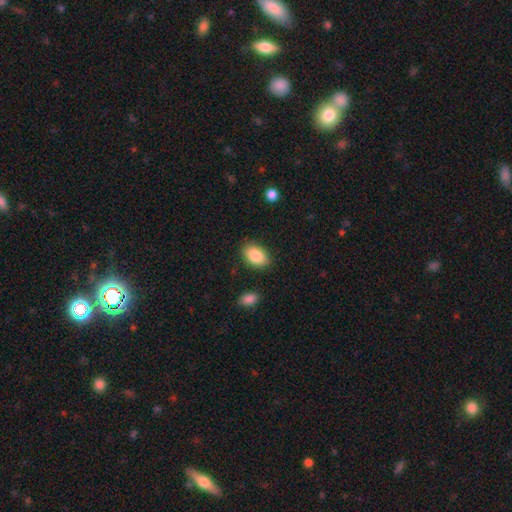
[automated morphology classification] A smooth galaxy with no disk features (87%) that is in between round and cigar-shaped (91%).

Vote fractions:
- Smooth or featured? smooth: 87% / star or artifact: 7% / featured or disk: 6%
- How rounded? in between: 91% / round: 8% / cigar-shaped: 1%
- Merging? none: 85% / minor disturbance: 11% / major disturbance: 3% / merger: 2%